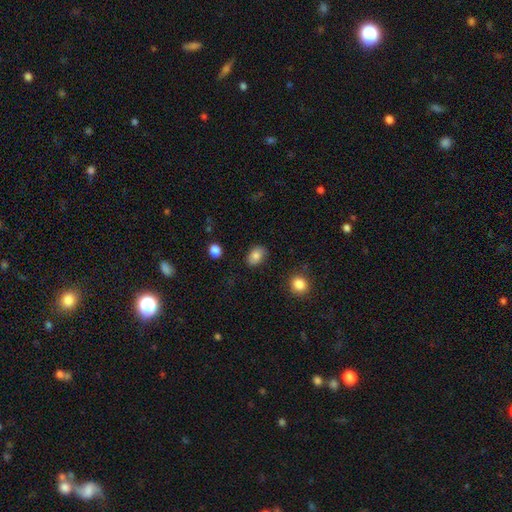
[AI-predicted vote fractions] Q: Smooth or featured?
A: smooth (83%); runner-up: star or artifact (8%)
Q: How rounded?
A: in between (83%); runner-up: round (16%)
Q: Merging?
A: none (84%); runner-up: minor disturbance (12%)